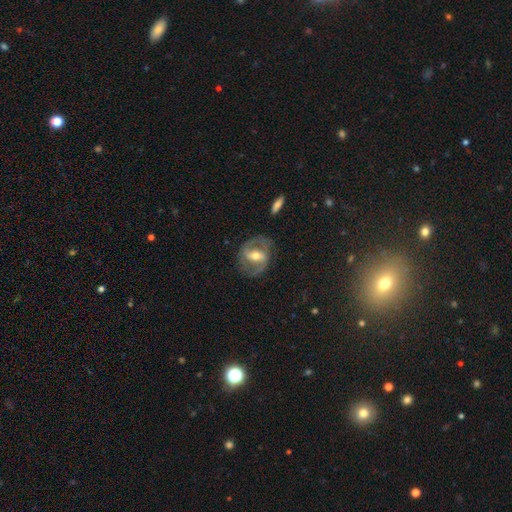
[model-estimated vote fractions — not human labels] This is clearly a featured or disk galaxy (81%). It is clearly not viewed edge-on (96%). Bar: possibly strong (46%). Spiral arm pattern: clearly yes (86%). Spiral arm count: clearly 2 (88%). Spiral winding: possibly medium (52%). Central bulge: likely moderate (68%). Merging: likely none (77%).